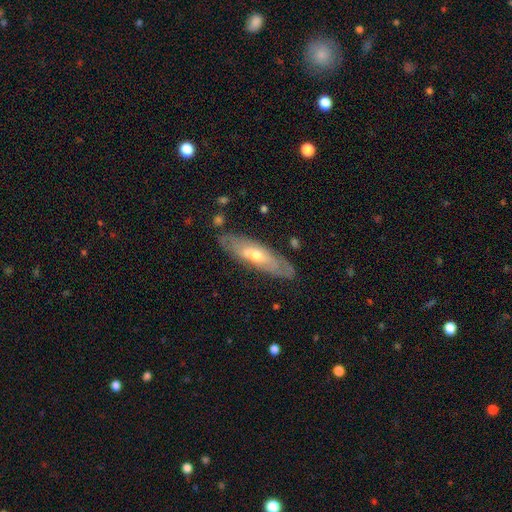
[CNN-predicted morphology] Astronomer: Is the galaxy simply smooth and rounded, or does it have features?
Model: featured or disk — 61%.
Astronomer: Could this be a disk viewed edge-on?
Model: no — 66%.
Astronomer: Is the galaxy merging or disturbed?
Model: none — 77%.